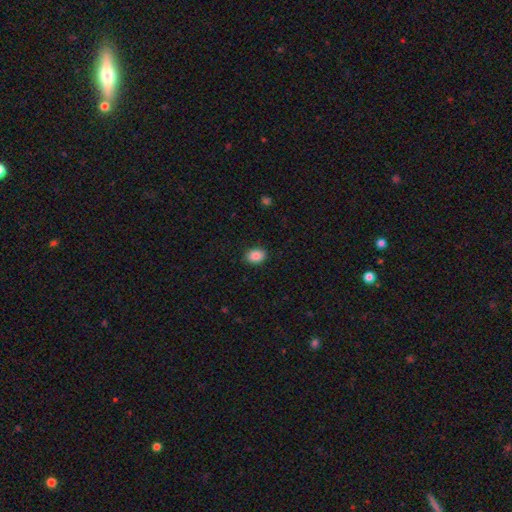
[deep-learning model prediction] This appears to be a smooth galaxy with no disk features (88%) that is in between round and cigar-shaped (71%). Merging: none (88%).